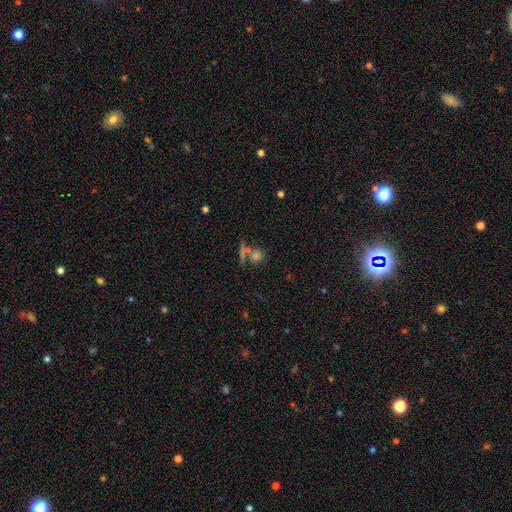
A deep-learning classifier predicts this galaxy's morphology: Q: Smooth or featured?
A: smooth (59%); runner-up: star or artifact (25%)
Q: How rounded?
A: round (77%); runner-up: in between (18%)
Q: Merging?
A: none (58%); runner-up: merger (27%)